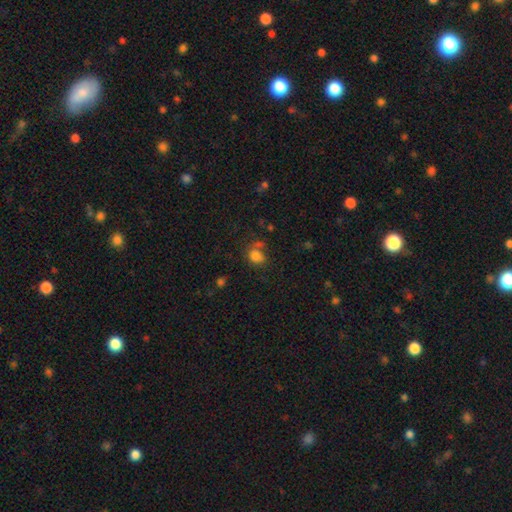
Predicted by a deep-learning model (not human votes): This is likely a smooth galaxy (78%). How rounded: possibly round (51%). Merging: possibly none (46%).